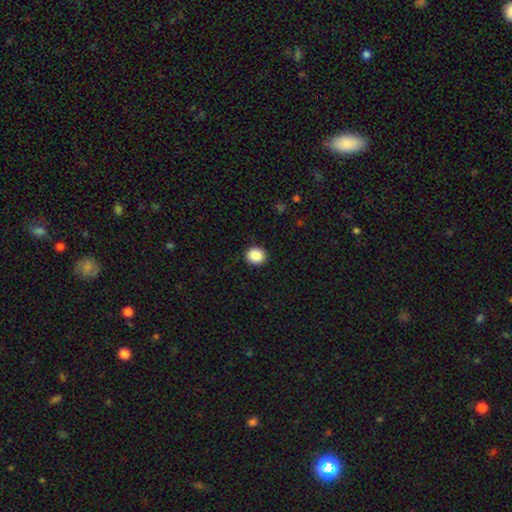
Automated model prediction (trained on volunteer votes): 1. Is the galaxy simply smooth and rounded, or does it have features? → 88% smooth, 9% star or artifact, 4% featured or disk.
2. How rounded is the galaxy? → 82% round, 17% in between, 1% cigar-shaped.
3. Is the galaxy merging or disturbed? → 92% none, 6% minor disturbance, 2% major disturbance, 1% merger.